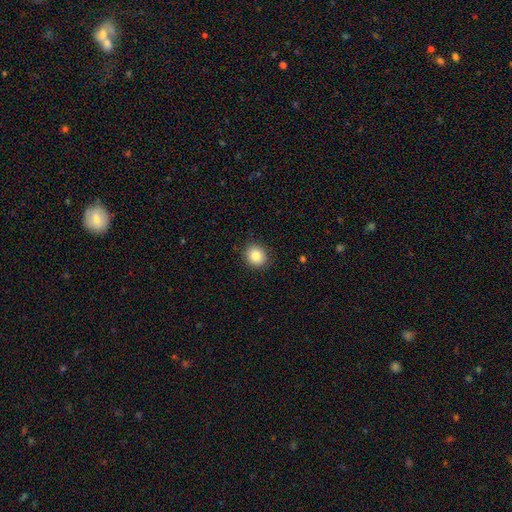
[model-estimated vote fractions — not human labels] Overall: smooth (85%). How rounded: round (78%). Merging: none (89%).